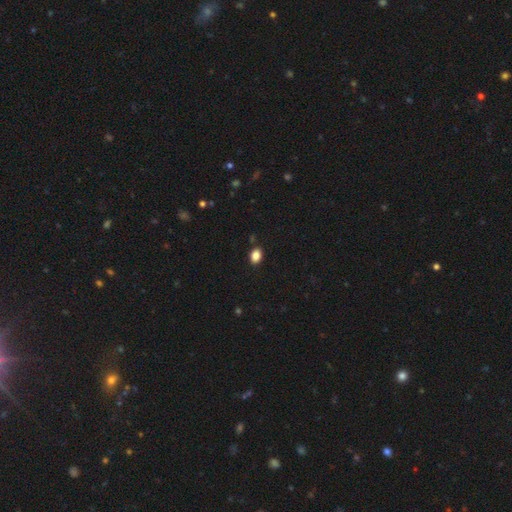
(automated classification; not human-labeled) Smooth or featured?
  - smooth: 86% *
  - star or artifact: 10%
  - featured or disk: 4%
How rounded?
  - in between: 76% *
  - round: 23%
  - cigar-shaped: 1%
Merging?
  - none: 87% *
  - minor disturbance: 9%
  - major disturbance: 2%
  - merger: 2%